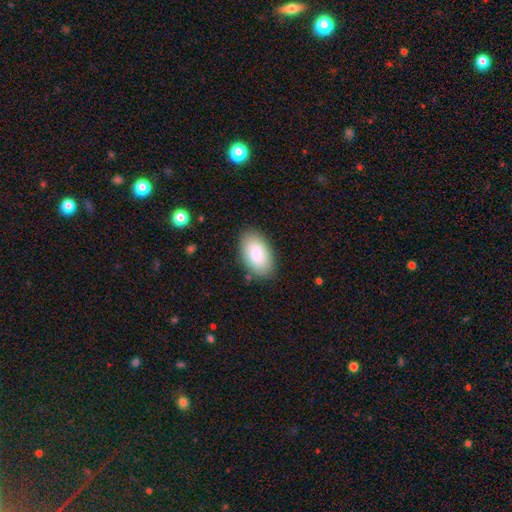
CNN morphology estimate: A smooth galaxy with no disk features (83%) that is in between round and cigar-shaped (94%). Merging: none (84%).